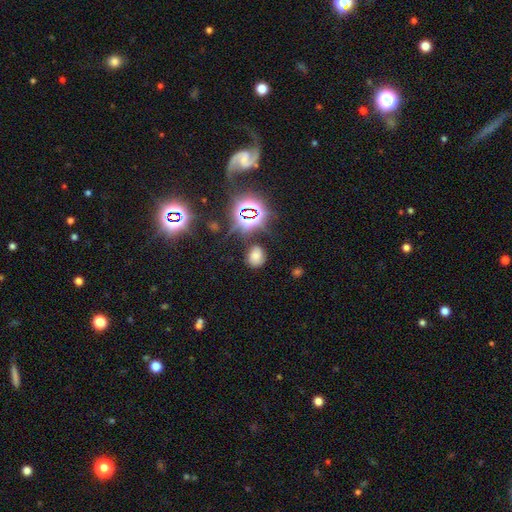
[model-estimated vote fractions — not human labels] Smooth or featured: smooth — 58% (star or artifact — 30%)
How rounded: round — 55% (in between — 44%)
Merging: none — 75% (minor disturbance — 16%)